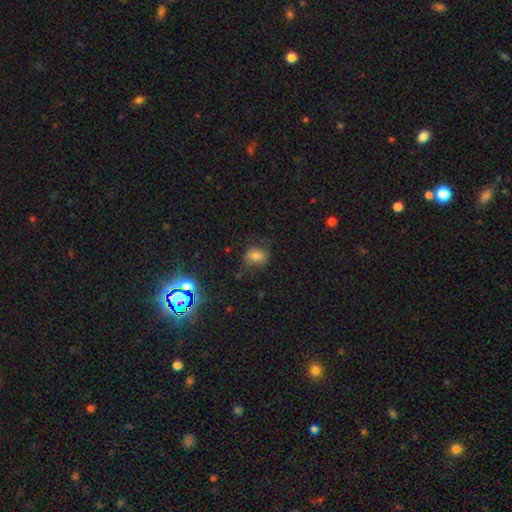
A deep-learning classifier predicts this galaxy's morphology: The model was most divided on "how rounded": in between: 55%, round: 44%, cigar-shaped: 1%. More confident: smooth or featured — smooth (71%); merging — none (62%).